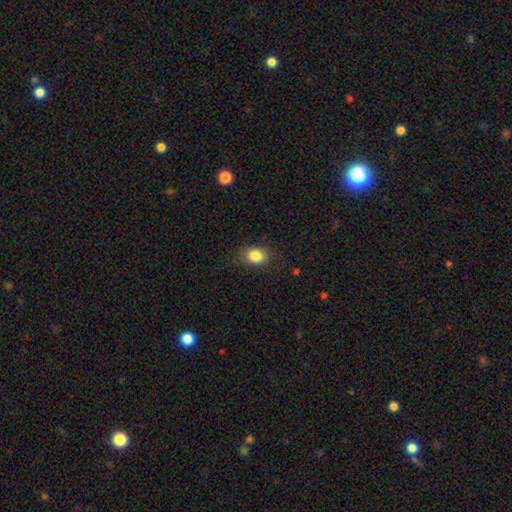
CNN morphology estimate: type=smooth (84%); roundness=in between (59%); merging=none (79%).